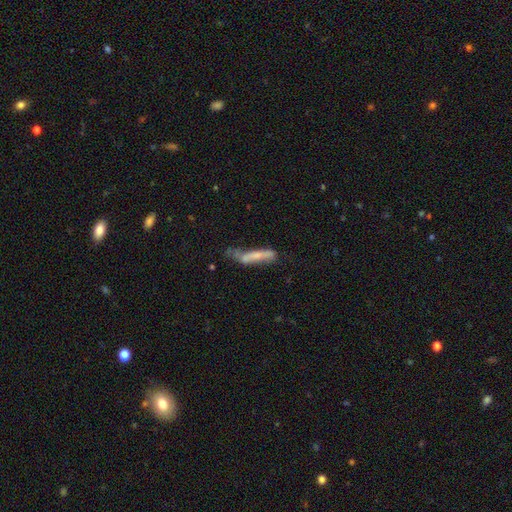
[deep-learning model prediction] Q: Smooth or featured?
A: smooth (53%); runner-up: featured or disk (39%)
Q: How rounded?
A: cigar-shaped (86%); runner-up: in between (12%)
Q: Merging?
A: none (40%); runner-up: minor disturbance (31%)